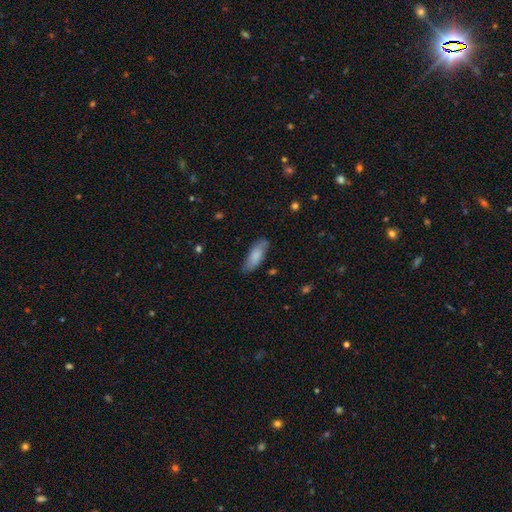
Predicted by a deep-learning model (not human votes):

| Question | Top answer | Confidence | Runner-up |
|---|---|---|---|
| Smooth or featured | smooth | 82% | featured or disk (12%) |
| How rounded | in between | 70% | cigar-shaped (29%) |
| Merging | none | 79% | minor disturbance (16%) |